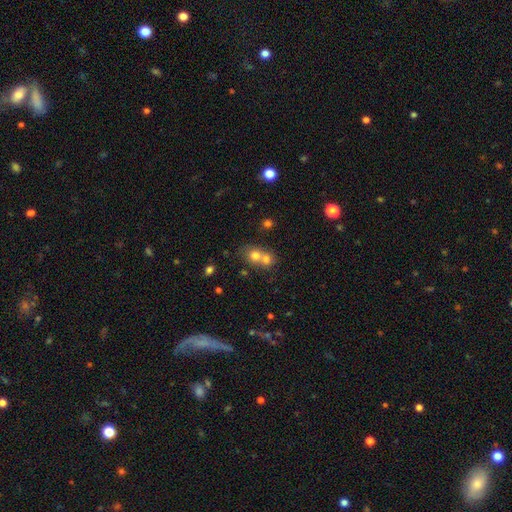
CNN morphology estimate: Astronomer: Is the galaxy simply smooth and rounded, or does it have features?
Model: smooth — 71%.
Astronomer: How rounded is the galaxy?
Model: round — 71%.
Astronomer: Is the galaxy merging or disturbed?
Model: merger — 64%.